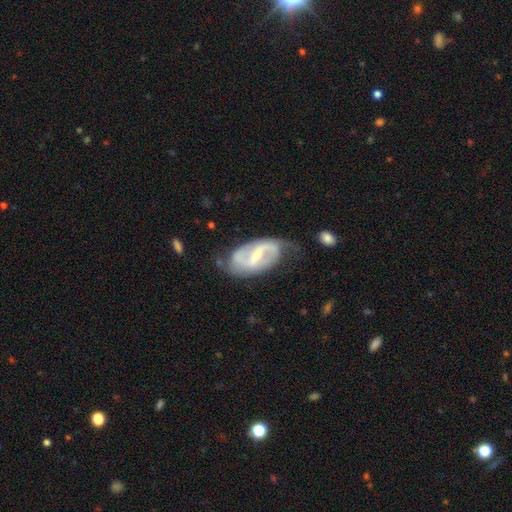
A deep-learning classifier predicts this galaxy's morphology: type=featured or disk (84%); edge-on=no (95%); bar=strong (57%); spiral arms=yes (89%); winding=medium (41%); arm count=2 (85%); bulge=small (64%); merging=none (58%).